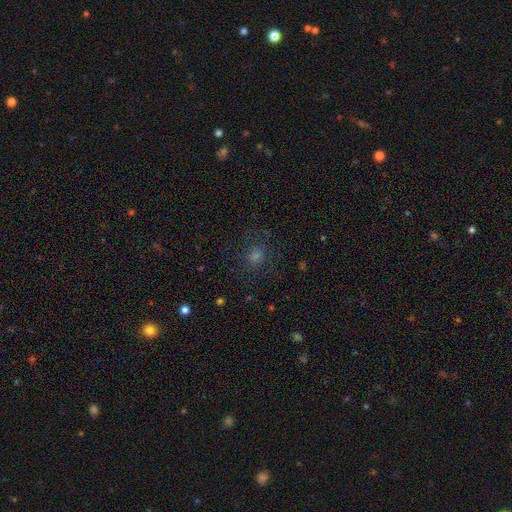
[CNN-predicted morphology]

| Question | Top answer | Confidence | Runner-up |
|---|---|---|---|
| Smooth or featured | smooth | 52% | star or artifact (32%) |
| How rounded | round | 79% | in between (20%) |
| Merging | none | 77% | minor disturbance (12%) |